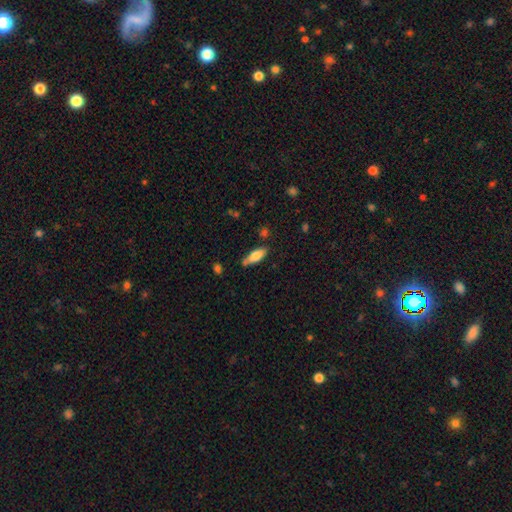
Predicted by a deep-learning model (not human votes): Q: Smooth or featured?
A: smooth (77%); runner-up: featured or disk (17%)
Q: How rounded?
A: in between (67%); runner-up: cigar-shaped (31%)
Q: Merging?
A: none (67%); runner-up: minor disturbance (21%)